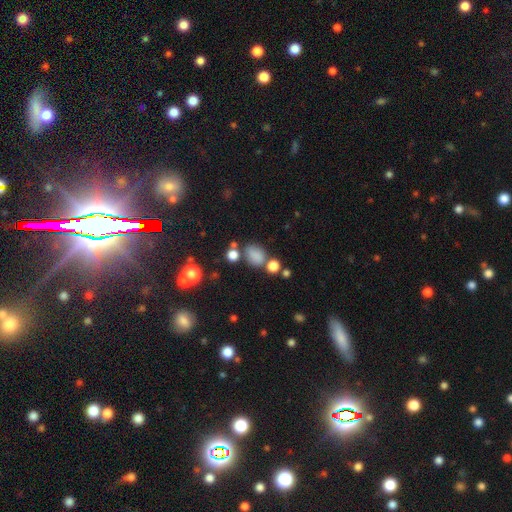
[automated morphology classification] type=smooth (77%); roundness=in between (65%); merging=none (57%).